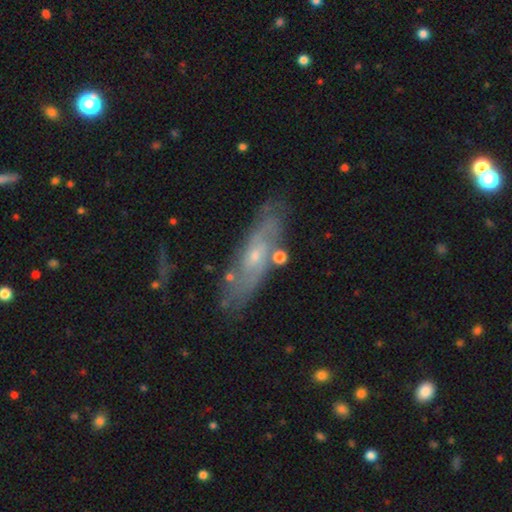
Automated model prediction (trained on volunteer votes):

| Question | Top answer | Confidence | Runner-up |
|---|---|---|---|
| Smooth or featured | featured or disk | 70% | smooth (23%) |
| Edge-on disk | no | 76% | yes (24%) |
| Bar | no | 63% | weak (31%) |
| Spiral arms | yes | 79% | no (21%) |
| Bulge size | small | 67% | moderate (28%) |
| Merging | none | 73% | minor disturbance (17%) |